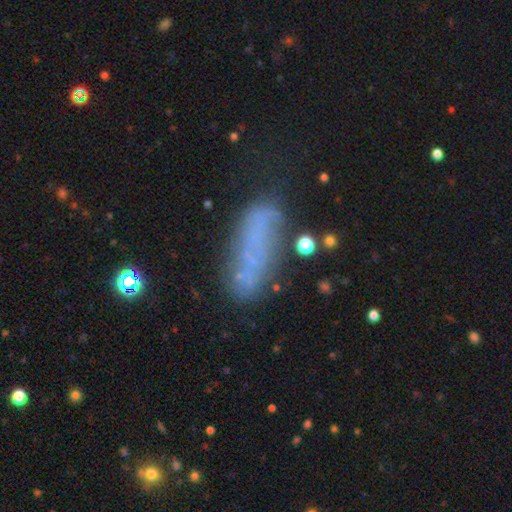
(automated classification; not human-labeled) Smooth or featured?
  - smooth: 47% *
  - featured or disk: 38%
  - star or artifact: 15%
Merging?
  - none: 52% *
  - minor disturbance: 24%
  - major disturbance: 16%
  - merger: 8%